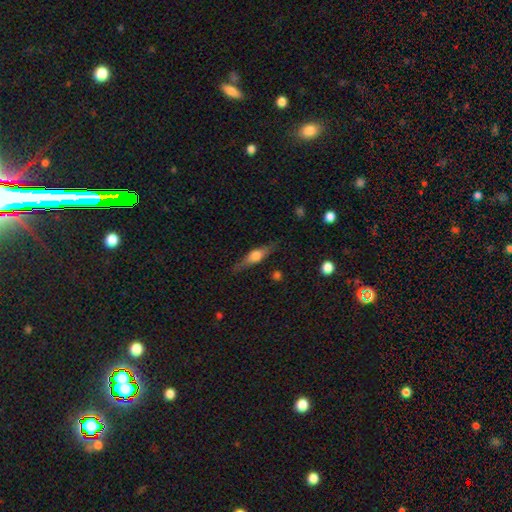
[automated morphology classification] This is possibly a featured or disk galaxy (53%). It is clearly viewed edge-on (93%). Merging: clearly none (81%).